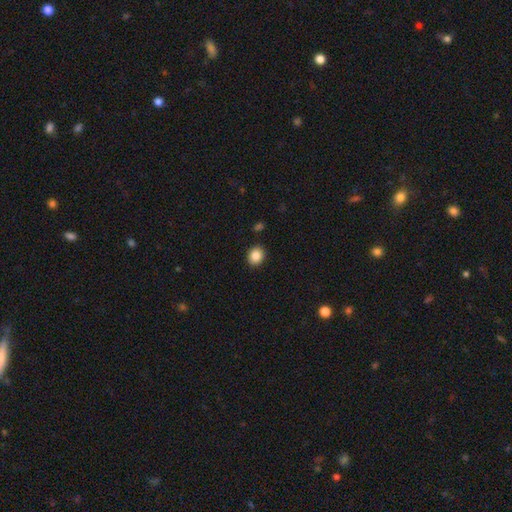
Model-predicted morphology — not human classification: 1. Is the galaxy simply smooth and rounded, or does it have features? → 87% smooth, 9% star or artifact, 4% featured or disk.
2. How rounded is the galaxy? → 72% round, 27% in between, 1% cigar-shaped.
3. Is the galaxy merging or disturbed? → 90% none, 6% minor disturbance, 2% major disturbance, 2% merger.